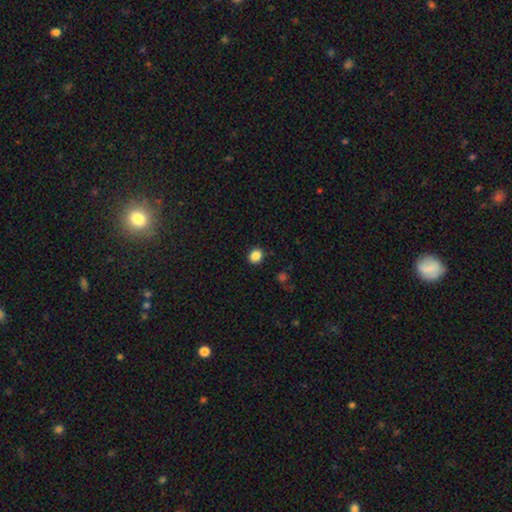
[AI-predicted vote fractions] This is clearly a smooth galaxy (86%). How rounded: likely round (69%). Merging: clearly none (89%).